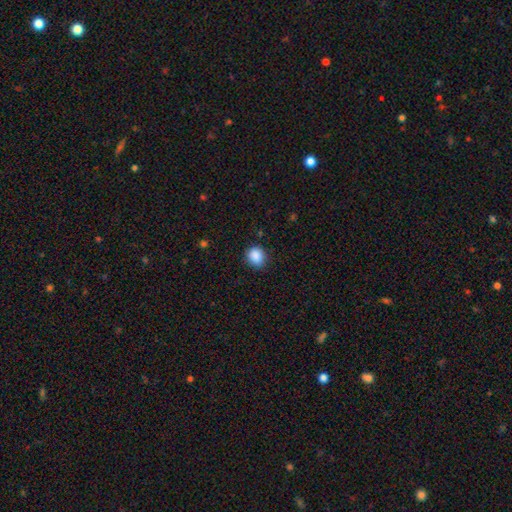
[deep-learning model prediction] The model was most divided on "how rounded": round: 74%, in between: 25%, cigar-shaped: 1%. More confident: smooth or featured — smooth (88%); merging — none (84%).